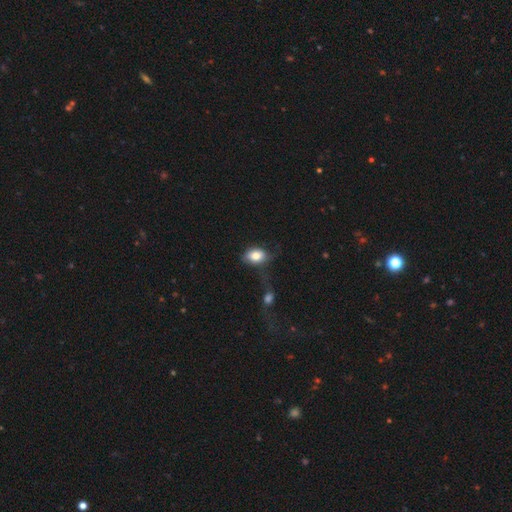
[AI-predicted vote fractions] Q: Smooth or featured?
A: smooth (81%); runner-up: featured or disk (11%)
Q: How rounded?
A: in between (79%); runner-up: round (19%)
Q: Merging?
A: none (46%); runner-up: minor disturbance (23%)